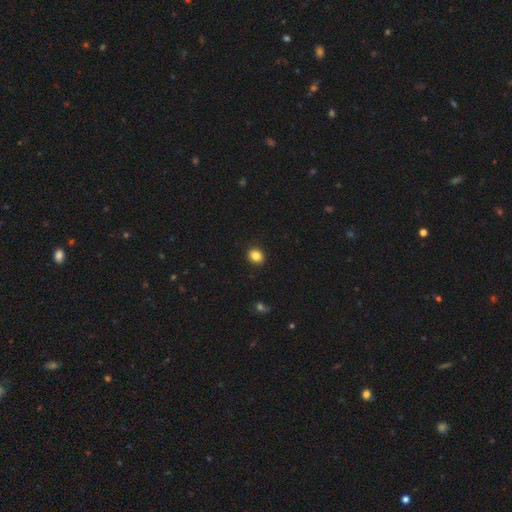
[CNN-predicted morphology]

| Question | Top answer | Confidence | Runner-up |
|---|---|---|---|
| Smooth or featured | smooth | 85% | star or artifact (10%) |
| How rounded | round | 70% | in between (29%) |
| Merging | none | 91% | minor disturbance (6%) |